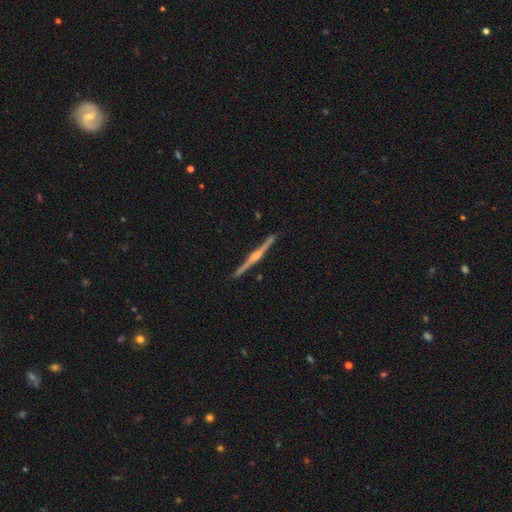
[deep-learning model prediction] A featured or disk galaxy (85%) viewed edge-on (99%) with a rounded central bulge (80%). Merging: none (92%).